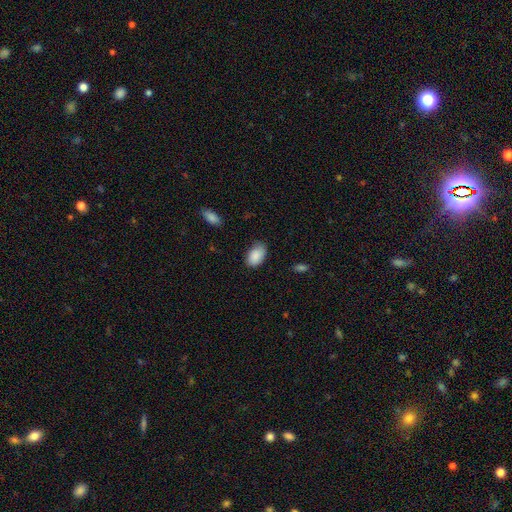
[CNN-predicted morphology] smooth_or_featured: smooth (p=0.88) [alt: star or artifact p=0.06]
how_rounded: in between (p=0.92) [alt: round p=0.07]
merging: none (p=0.72) [alt: minor disturbance p=0.22]